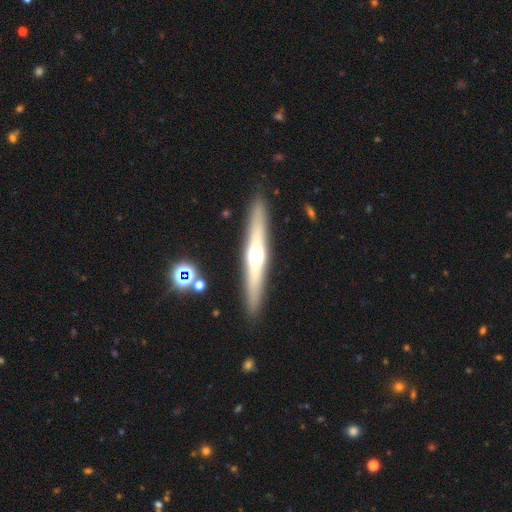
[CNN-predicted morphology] smooth_or_featured: featured or disk (p=0.62) [alt: smooth p=0.31]
disk_edge_on: yes (p=0.95) [alt: no p=0.05]
edge_on_bulge: rounded (p=0.88) [alt: none p=0.08]
merging: none (p=0.90) [alt: minor disturbance p=0.07]